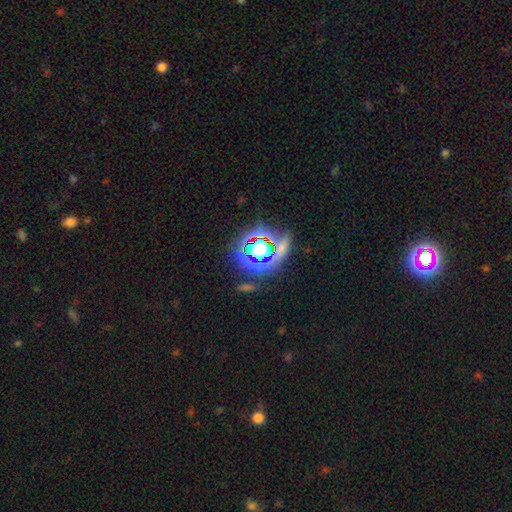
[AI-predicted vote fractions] smooth_or_featured: star or artifact (p=0.78) [alt: smooth p=0.13]